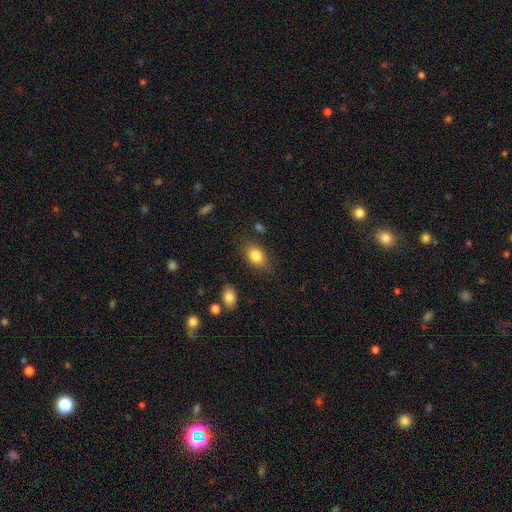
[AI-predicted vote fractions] Smooth or featured? Predicted: smooth (p=0.83). How rounded? Predicted: in between (p=0.82). Merging? Predicted: none (p=0.80).